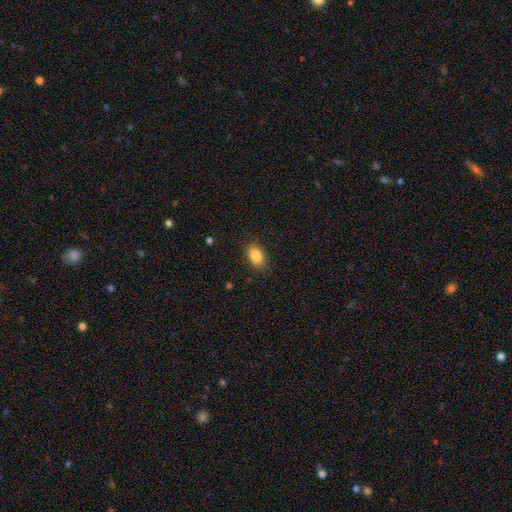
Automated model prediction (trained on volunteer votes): A smooth galaxy with no disk features (86%) that is in between round and cigar-shaped (87%).

Vote fractions:
- Smooth or featured? smooth: 86% / star or artifact: 8% / featured or disk: 6%
- How rounded? in between: 87% / round: 11% / cigar-shaped: 2%
- Merging? none: 87% / minor disturbance: 9% / major disturbance: 3% / merger: 1%